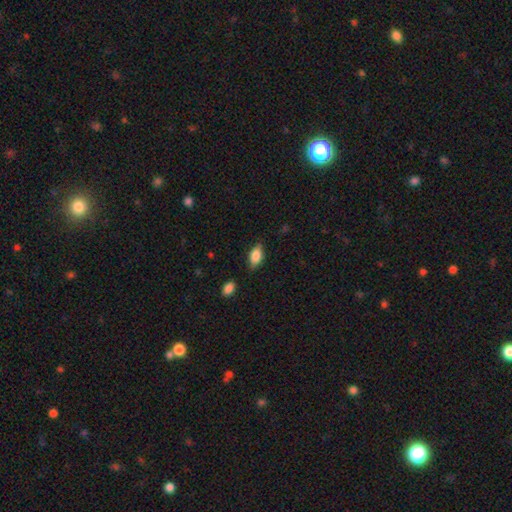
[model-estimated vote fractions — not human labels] Smooth or featured: smooth — 76% (featured or disk — 17%)
How rounded: in between — 87% (cigar-shaped — 8%)
Merging: none — 76% (minor disturbance — 18%)